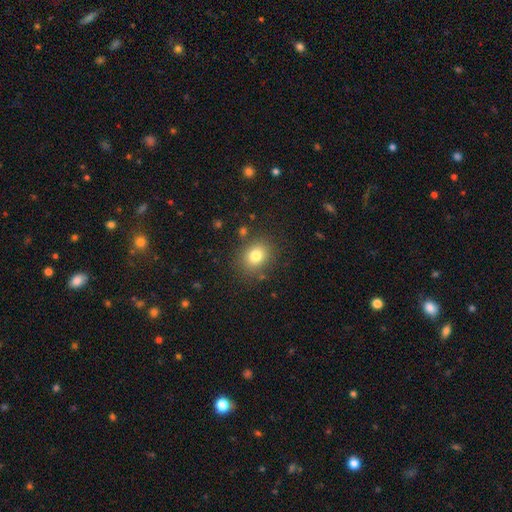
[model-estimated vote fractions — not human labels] Smooth or featured? smooth (80%)
How rounded? round (60%)
Merging? none (84%)